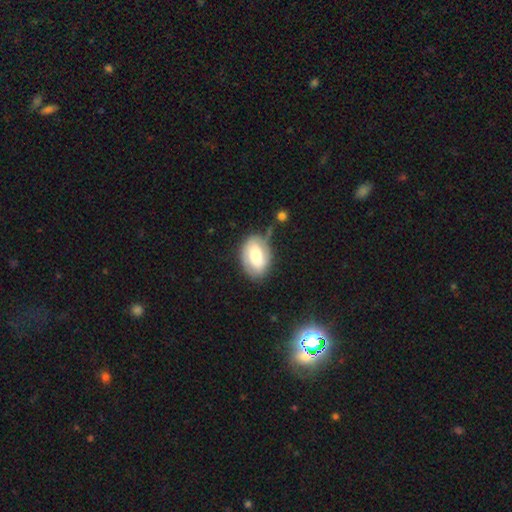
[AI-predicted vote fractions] This appears to be a featured or disk galaxy (53%) with no bar (44%), spiral arms (78%) and a moderate central bulge (50%). Merging: none (62%).